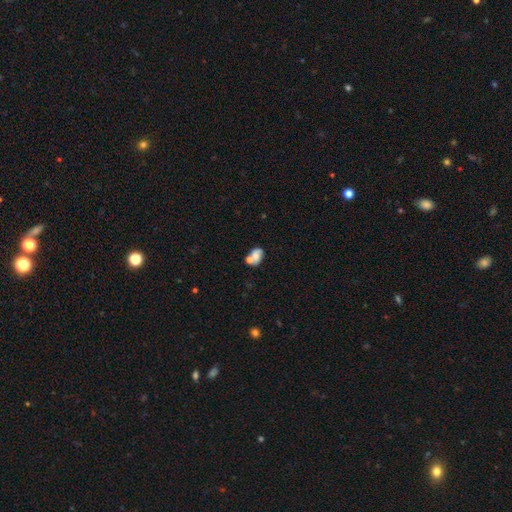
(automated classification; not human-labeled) This appears to be a smooth galaxy with no disk features (59%) that is in between round and cigar-shaped (72%). Merging: merger (45%).